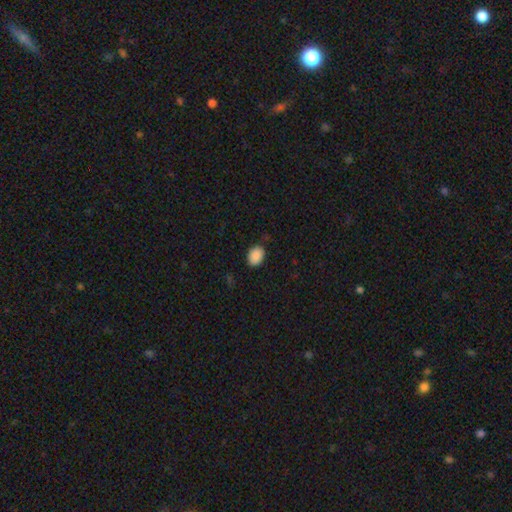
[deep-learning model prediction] Smooth or featured? Predicted: smooth (p=0.89). How rounded? Predicted: in between (p=0.74). Merging? Predicted: none (p=0.83).